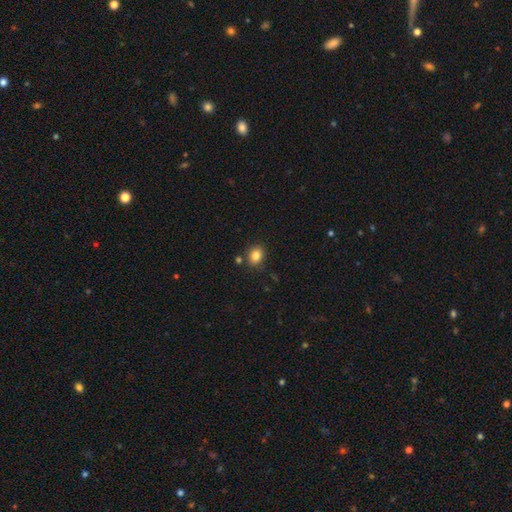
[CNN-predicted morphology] This appears to be a smooth galaxy with no disk features (83%) that is in between round and cigar-shaped (51%). Merging: none (81%).